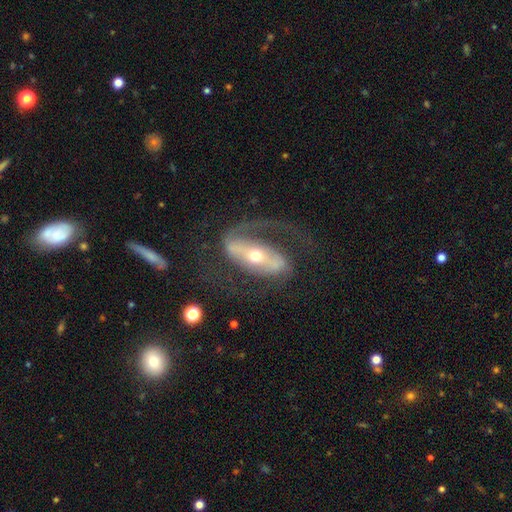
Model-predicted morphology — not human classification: This is clearly a featured or disk galaxy (85%). It is clearly not viewed edge-on (92%). Bar: possibly strong (57%). Spiral arm pattern: clearly yes (90%). Spiral arm count: likely 2 (74%). Spiral winding: possibly medium (46%). Central bulge: likely moderate (60%). Merging: possibly none (55%).